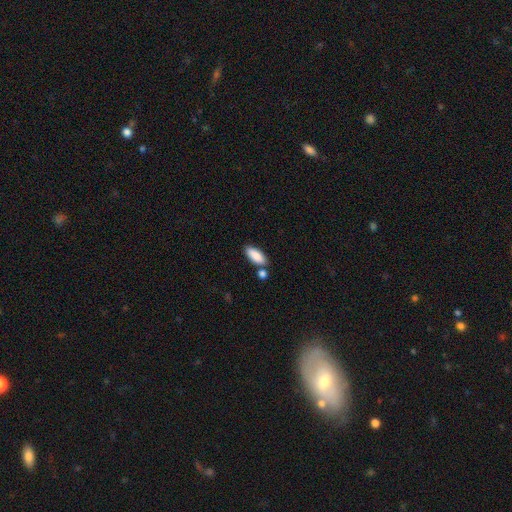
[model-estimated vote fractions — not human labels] The model was most divided on "merging": none: 71%, merger: 14%, minor disturbance: 12%, major disturbance: 3%. More confident: smooth or featured — smooth (88%); how rounded — in between (85%).